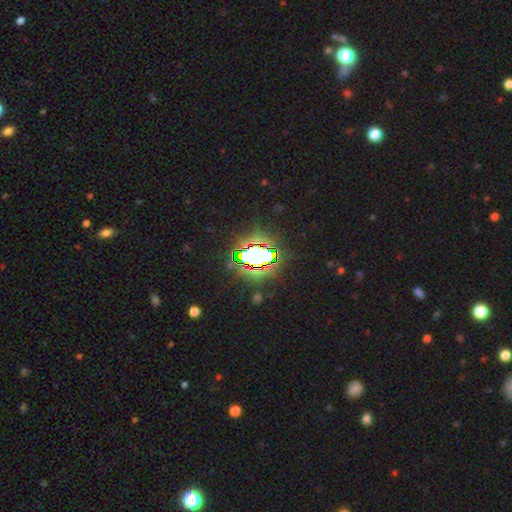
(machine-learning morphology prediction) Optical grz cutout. It shows a star or artifact, not a galaxy (72%).